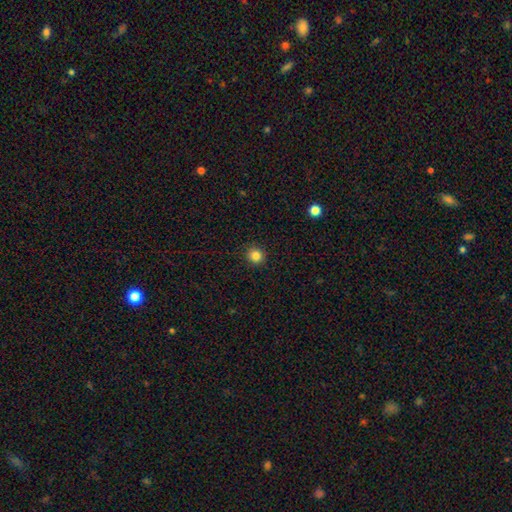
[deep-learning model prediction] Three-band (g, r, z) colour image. It shows a smooth galaxy with no disk features (83%) that is round (93%). Merging: none (91%).